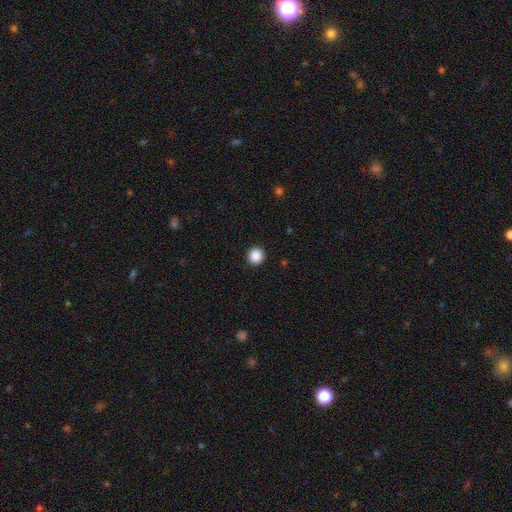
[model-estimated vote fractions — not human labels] Smooth or featured?
  - smooth: 88% *
  - star or artifact: 9%
  - featured or disk: 2%
How rounded?
  - round: 95% *
  - in between: 4%
  - cigar-shaped: 1%
Merging?
  - none: 93% *
  - minor disturbance: 4%
  - major disturbance: 2%
  - merger: 1%